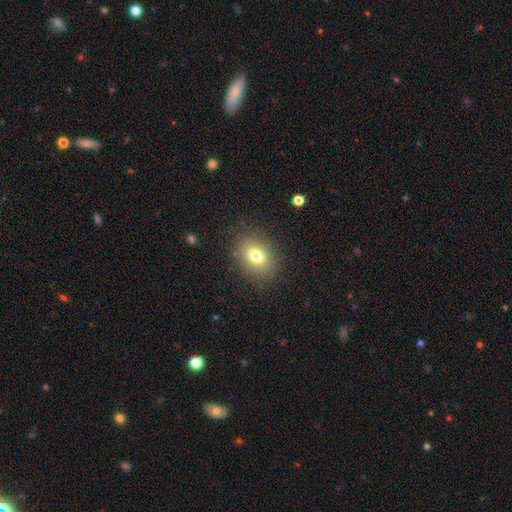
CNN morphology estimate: smooth-or-featured: smooth: 74% | featured or disk: 14% | star or artifact: 12%
  how-rounded: in between: 61% | round: 38% | cigar-shaped: 1%
  merging: none: 84% | minor disturbance: 10% | major disturbance: 4% | merger: 1%